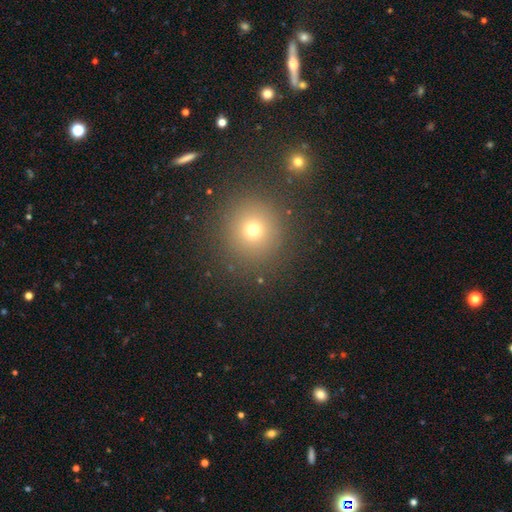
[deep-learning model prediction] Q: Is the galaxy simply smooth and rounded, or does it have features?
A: smooth — 58%.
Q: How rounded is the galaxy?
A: round — 94%.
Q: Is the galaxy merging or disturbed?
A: none — 90%.